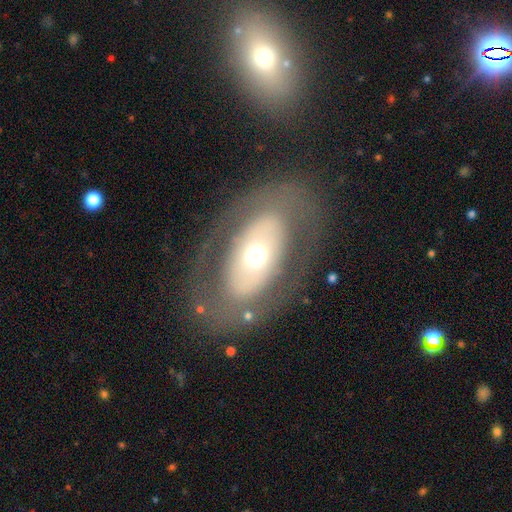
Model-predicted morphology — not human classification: A featured or disk galaxy (56%) with no bar (80%), no spiral arms (85%) and a moderate central bulge (63%).

Vote fractions:
- Smooth or featured? featured or disk: 56% / smooth: 37% / star or artifact: 7%
- Edge-on disk? no: 90% / yes: 10%
- Bar? no: 80% / weak: 11% / strong: 9%
- Spiral arms? no: 85% / yes: 15%
- Bulge size? moderate: 63% / small: 17% / large: 16% / dominant: 3% / none: 1%
- Merging? none: 78% / minor disturbance: 11% / major disturbance: 8% / merger: 3%